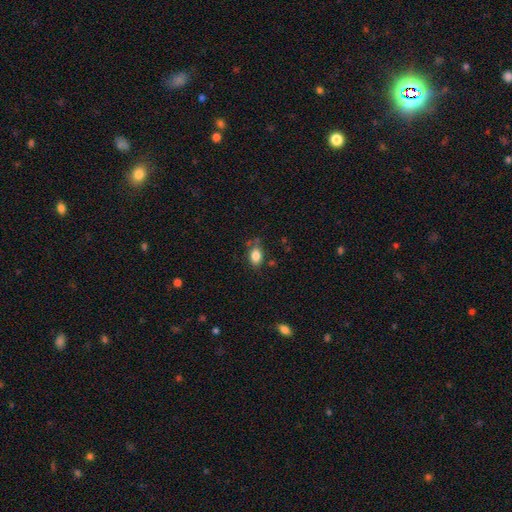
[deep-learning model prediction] A smooth galaxy with no disk features (84%) that is in between round and cigar-shaped (82%).

Vote fractions:
- Smooth or featured? smooth: 84% / star or artifact: 9% / featured or disk: 7%
- How rounded? in between: 82% / round: 17% / cigar-shaped: 2%
- Merging? none: 70% / minor disturbance: 20% / major disturbance: 5% / merger: 4%